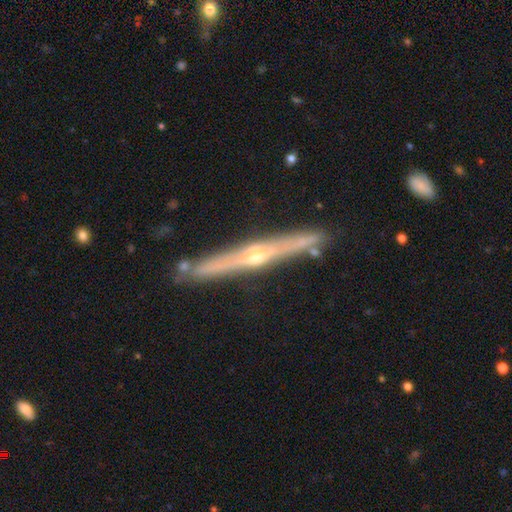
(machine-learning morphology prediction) Q: Smooth or featured?
A: featured or disk (82%); runner-up: smooth (13%)
Q: Edge-on disk?
A: yes (97%); runner-up: no (3%)
Q: Edge-on bulge?
A: rounded (83%); runner-up: none (13%)
Q: Merging?
A: none (86%); runner-up: minor disturbance (10%)